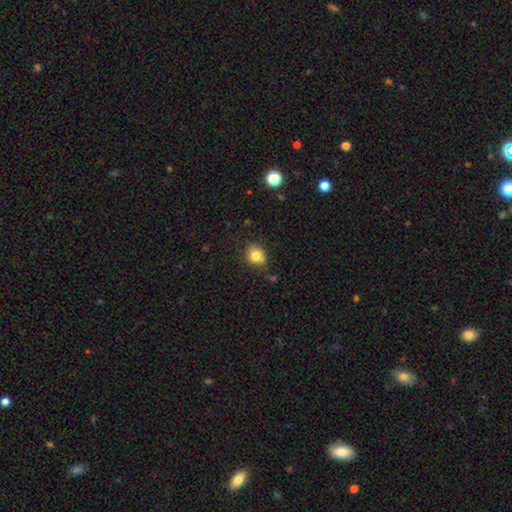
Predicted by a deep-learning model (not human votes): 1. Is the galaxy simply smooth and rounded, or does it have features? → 80% smooth, 11% star or artifact, 9% featured or disk.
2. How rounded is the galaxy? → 65% round, 34% in between, 1% cigar-shaped.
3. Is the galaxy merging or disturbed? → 67% none, 22% minor disturbance, 6% merger, 5% major disturbance.